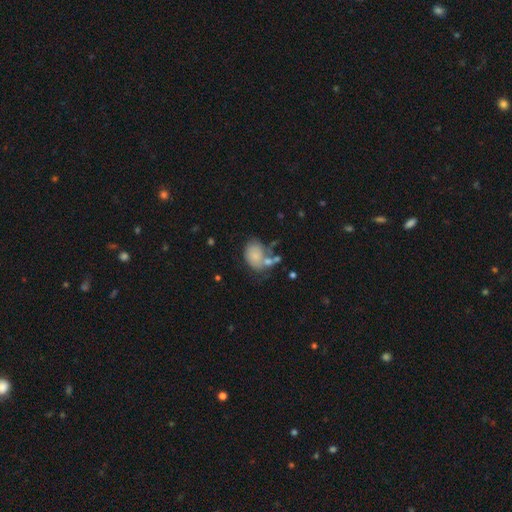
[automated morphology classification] Smooth or featured? smooth (72%)
How rounded? in between (71%)
Merging? none (37%)